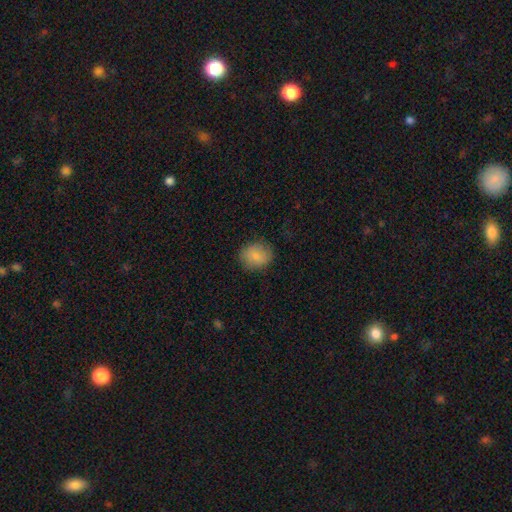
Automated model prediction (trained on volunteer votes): Smooth or featured? Predicted: smooth (p=0.83). How rounded? Predicted: round (p=0.70). Merging? Predicted: none (p=0.82).